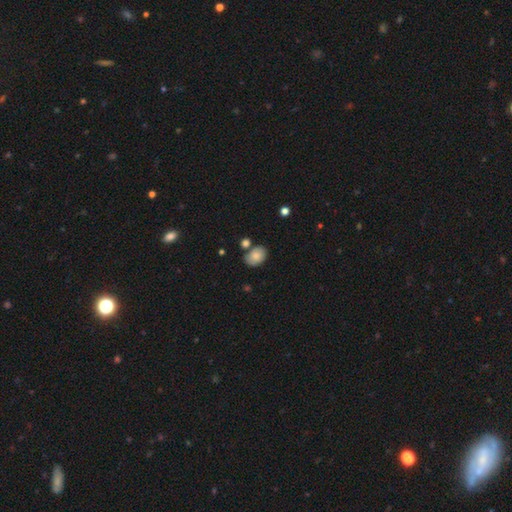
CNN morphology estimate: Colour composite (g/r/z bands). It shows a smooth galaxy with no disk features (80%) that is in between round and cigar-shaped (73%). Merging: none (61%).